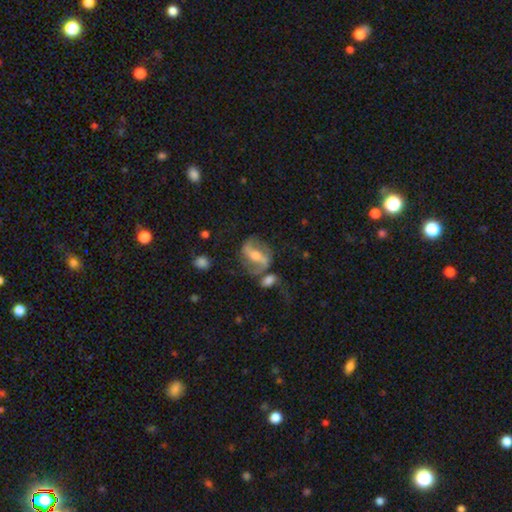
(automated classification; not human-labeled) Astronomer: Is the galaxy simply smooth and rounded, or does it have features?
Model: featured or disk — 78%.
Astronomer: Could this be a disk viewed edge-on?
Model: no — 92%.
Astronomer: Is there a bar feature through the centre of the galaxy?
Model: strong — 64%.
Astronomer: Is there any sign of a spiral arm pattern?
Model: yes — 86%.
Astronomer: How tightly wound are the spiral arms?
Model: loose — 47% (runner-up: medium, 38%).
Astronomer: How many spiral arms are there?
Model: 2 — 89%.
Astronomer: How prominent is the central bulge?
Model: moderate — 58% (runner-up: small, 34%).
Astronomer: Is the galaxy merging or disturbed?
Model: none — 62%.